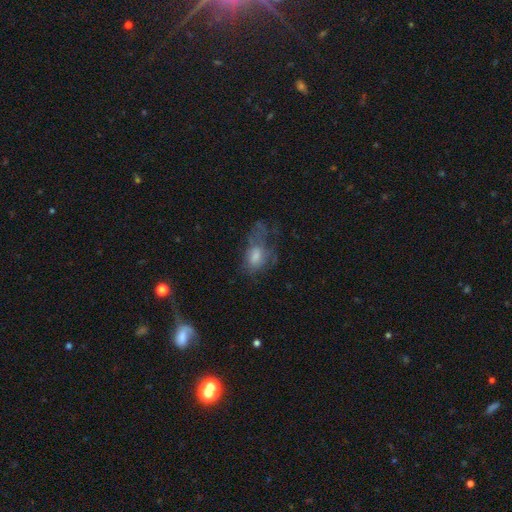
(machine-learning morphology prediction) A smooth galaxy with no disk features (45%). Merging: major disturbance (43%).